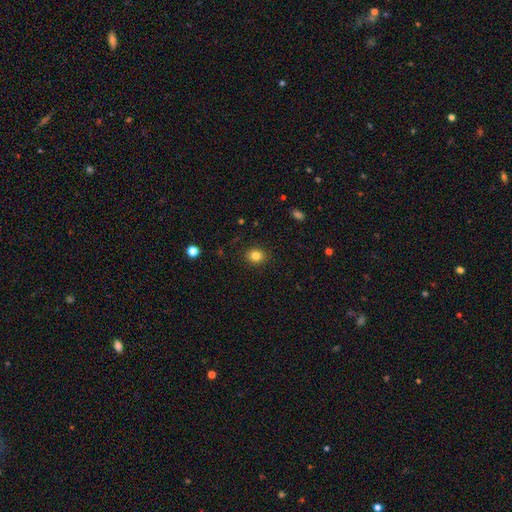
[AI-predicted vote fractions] Morphology: type=smooth (83%); roundness=round (71%); merging=none (90%).